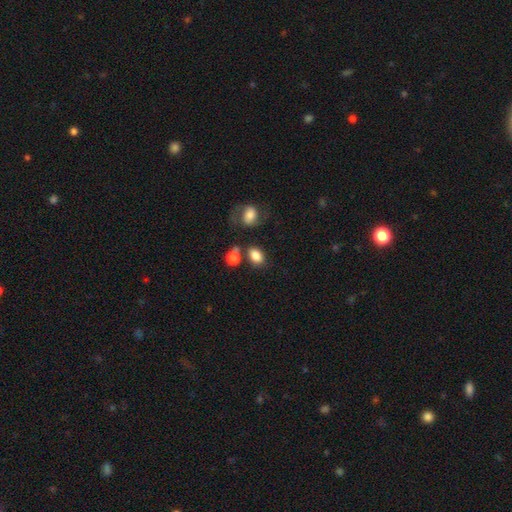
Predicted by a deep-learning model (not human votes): The model was most divided on "merging": none: 63%, merger: 16%, minor disturbance: 15%, major disturbance: 6%. More confident: smooth or featured — smooth (83%); how rounded — in between (75%).